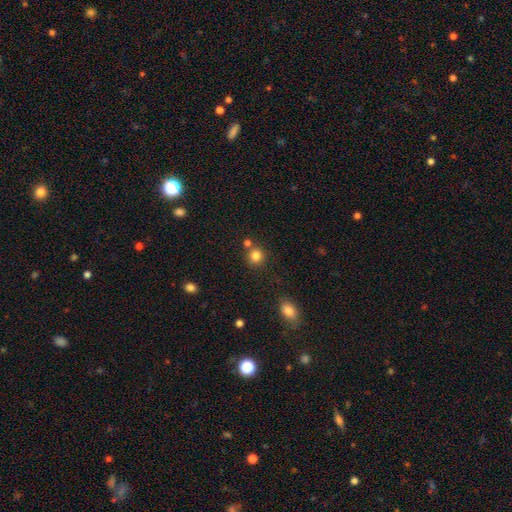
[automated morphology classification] smooth-or-featured: smooth: 83% | star or artifact: 12% | featured or disk: 5%
  how-rounded: round: 89% | in between: 10% | cigar-shaped: 1%
  merging: none: 73% | merger: 15% | minor disturbance: 9% | major disturbance: 3%